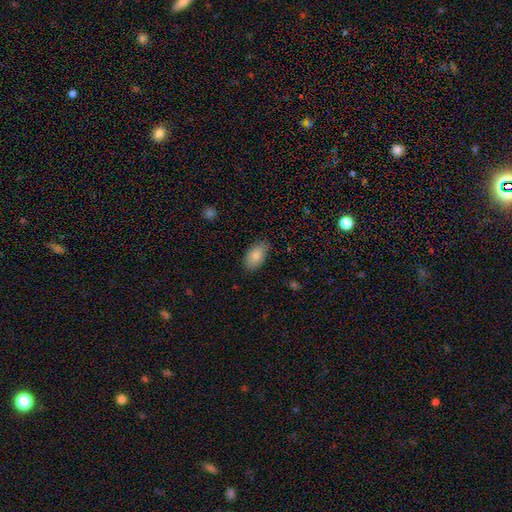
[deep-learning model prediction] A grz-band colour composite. It shows a smooth galaxy with no disk features (86%) that is in between round and cigar-shaped (93%). Merging: none (83%).